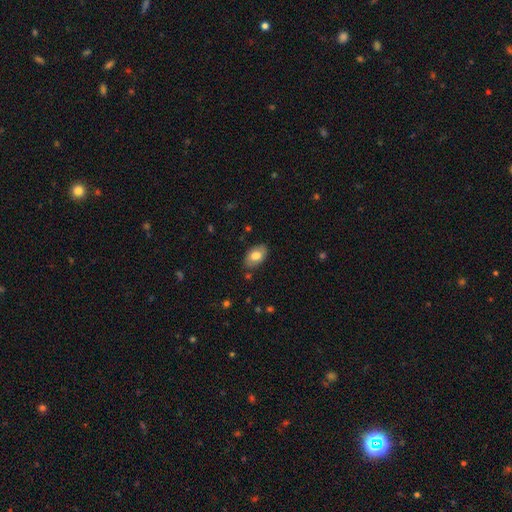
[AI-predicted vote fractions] This appears to be a smooth galaxy with no disk features (77%) that is in between round and cigar-shaped (92%). Merging: none (84%).